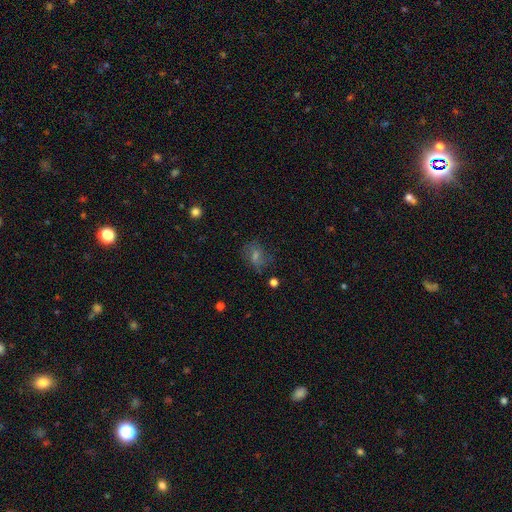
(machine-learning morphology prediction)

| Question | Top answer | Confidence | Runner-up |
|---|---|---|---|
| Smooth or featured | featured or disk | 42% | smooth (33%) |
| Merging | none | 70% | minor disturbance (18%) |